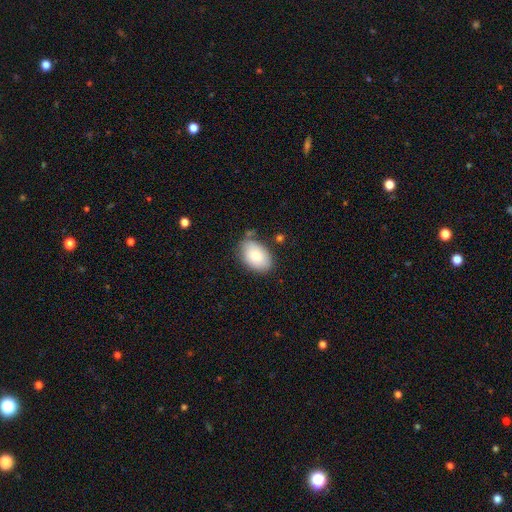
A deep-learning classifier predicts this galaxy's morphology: smooth-or-featured: smooth: 85% | featured or disk: 9% | star or artifact: 6%
  how-rounded: in between: 91% | round: 8% | cigar-shaped: 1%
  merging: none: 70% | minor disturbance: 20% | merger: 5% | major disturbance: 5%